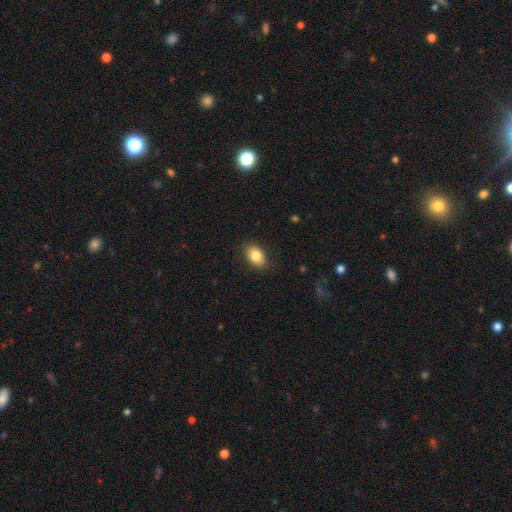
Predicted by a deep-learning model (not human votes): A smooth galaxy with no disk features (83%) that is in between round and cigar-shaped (85%).

Vote fractions:
- Smooth or featured? smooth: 83% / featured or disk: 9% / star or artifact: 8%
- How rounded? in between: 85% / round: 13% / cigar-shaped: 1%
- Merging? none: 84% / minor disturbance: 12% / major disturbance: 3% / merger: 1%